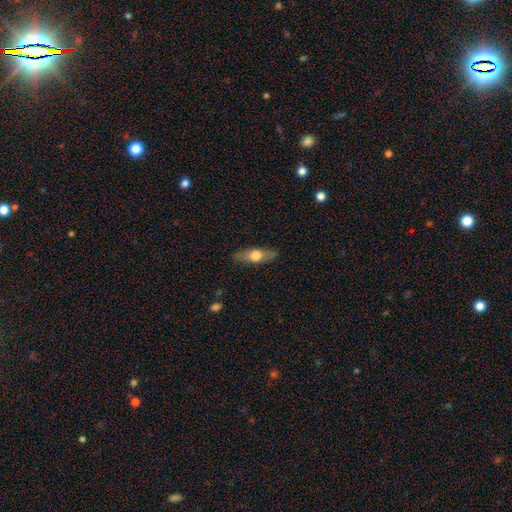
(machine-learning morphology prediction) The model was most divided on "how rounded": in between: 55%, cigar-shaped: 40%, round: 5%. More confident: merging — none (84%); smooth or featured — smooth (56%).